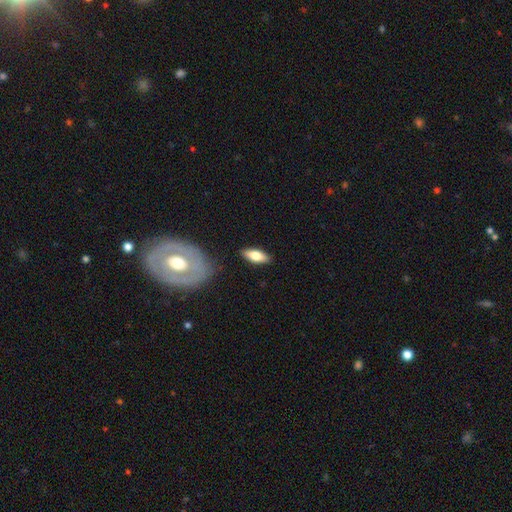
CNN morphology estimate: Smooth or featured? smooth (70%)
How rounded? in between (75%)
Merging? none (86%)